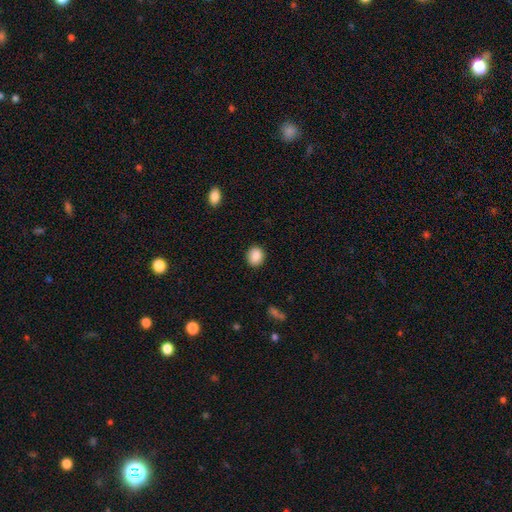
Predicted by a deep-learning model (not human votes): The model was most divided on "how rounded": round: 62%, in between: 37%, cigar-shaped: 1%. More confident: merging — none (89%); smooth or featured — smooth (89%).